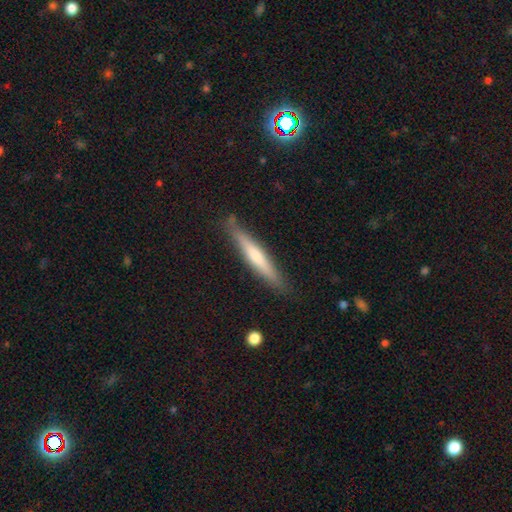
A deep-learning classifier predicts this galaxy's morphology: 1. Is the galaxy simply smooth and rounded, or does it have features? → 54% featured or disk, 38% smooth, 8% star or artifact.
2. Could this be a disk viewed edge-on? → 94% yes, 6% no.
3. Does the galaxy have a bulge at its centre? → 61% rounded, 31% none, 8% boxy.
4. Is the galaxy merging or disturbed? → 87% none, 10% minor disturbance, 2% major disturbance, 1% merger.